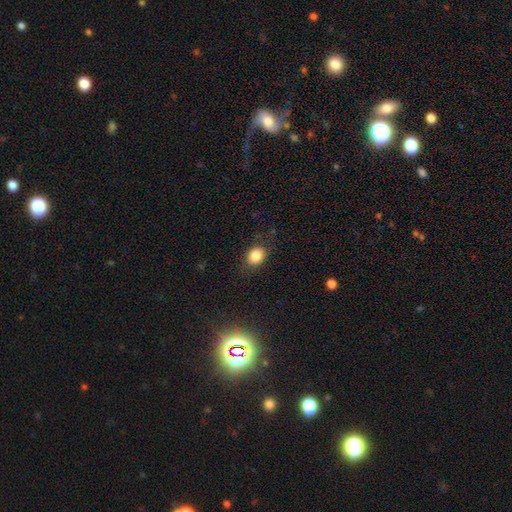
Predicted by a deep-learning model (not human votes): Overall: smooth (84%). How rounded: round (59%; in between 40%). Merging: none (81%).